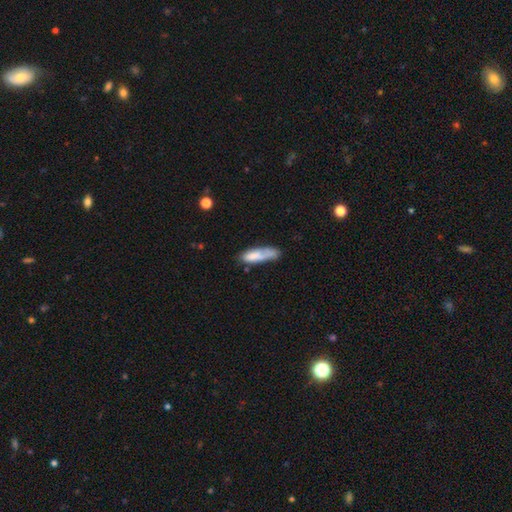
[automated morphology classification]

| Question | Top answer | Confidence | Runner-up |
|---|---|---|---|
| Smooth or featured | smooth | 74% | featured or disk (19%) |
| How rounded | cigar-shaped | 61% | in between (37%) |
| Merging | none | 45% | minor disturbance (29%) |